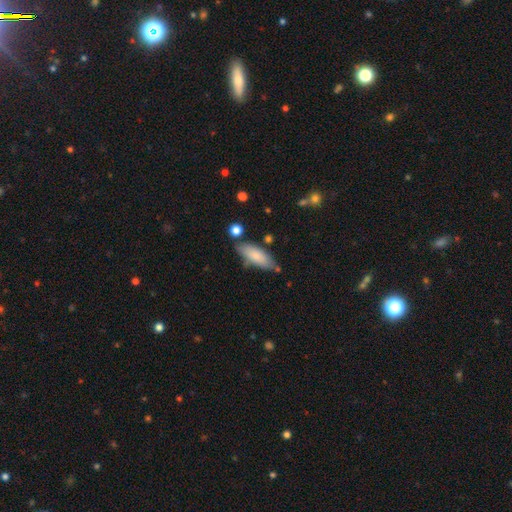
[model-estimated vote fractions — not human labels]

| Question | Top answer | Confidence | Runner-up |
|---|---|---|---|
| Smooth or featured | smooth | 79% | featured or disk (15%) |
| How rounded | in between | 63% | cigar-shaped (35%) |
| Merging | none | 72% | minor disturbance (18%) |